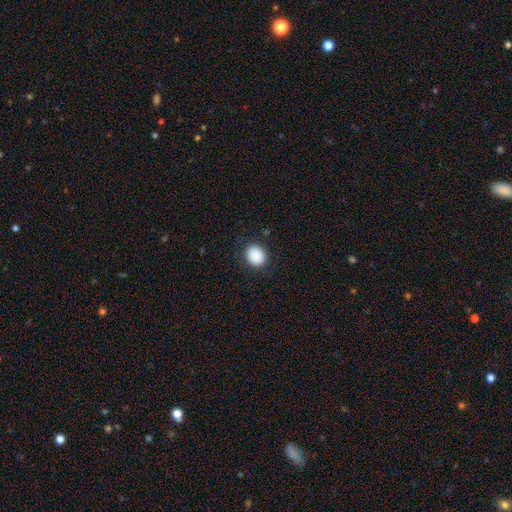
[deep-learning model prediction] Morphology: type=smooth (89%); roundness=round (71%); merging=none (88%).